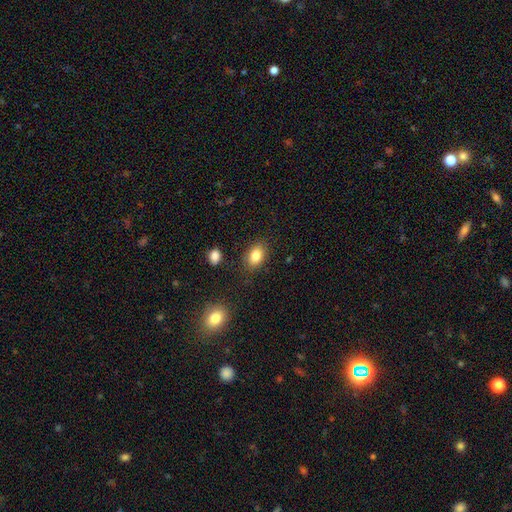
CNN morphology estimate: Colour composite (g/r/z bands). It shows a smooth galaxy with no disk features (84%) that is in between round and cigar-shaped (79%). Merging: none (83%).